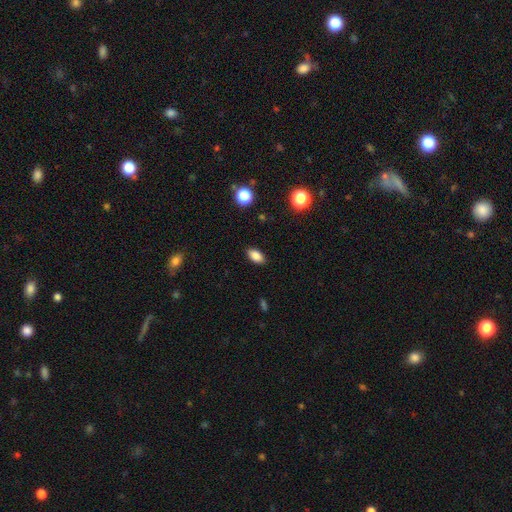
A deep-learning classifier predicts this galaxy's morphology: type=smooth (85%); roundness=in between (90%); merging=none (89%).